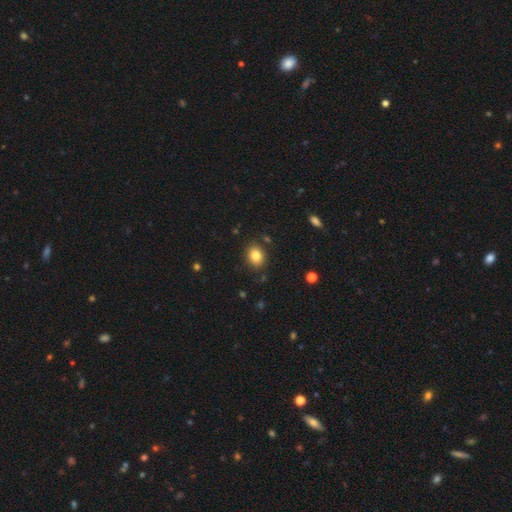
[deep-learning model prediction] The model was most divided on "how rounded": round: 51%, in between: 48%, cigar-shaped: 1%. More confident: merging — none (86%); smooth or featured — smooth (82%).